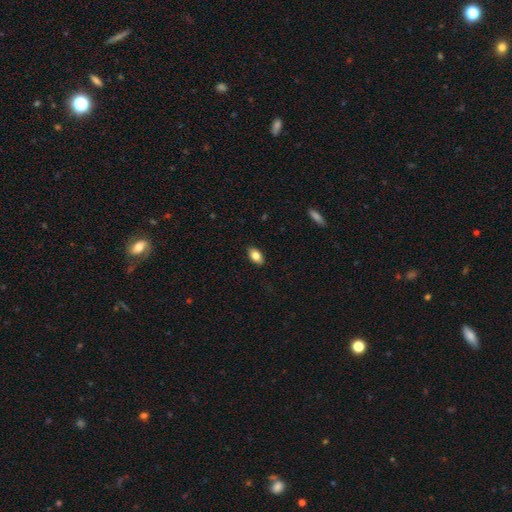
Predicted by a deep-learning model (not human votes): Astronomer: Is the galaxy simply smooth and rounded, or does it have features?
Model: smooth — 81%.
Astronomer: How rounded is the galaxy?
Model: in between — 90%.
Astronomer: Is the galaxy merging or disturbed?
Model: none — 88%.